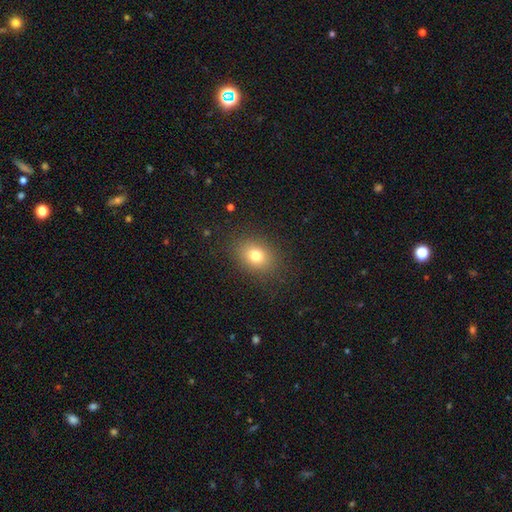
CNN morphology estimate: Q: Smooth or featured?
A: smooth (78%); runner-up: star or artifact (12%)
Q: How rounded?
A: in between (62%); runner-up: round (37%)
Q: Merging?
A: none (86%); runner-up: minor disturbance (9%)